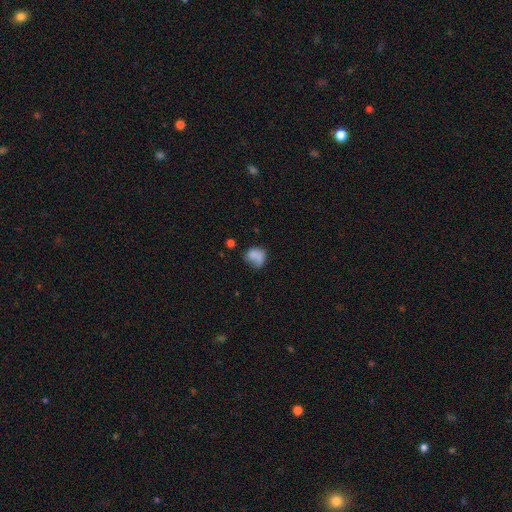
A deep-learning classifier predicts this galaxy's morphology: A smooth galaxy with no disk features (74%) that is in between round and cigar-shaped (49%, tied with round). Merging: none (38%).